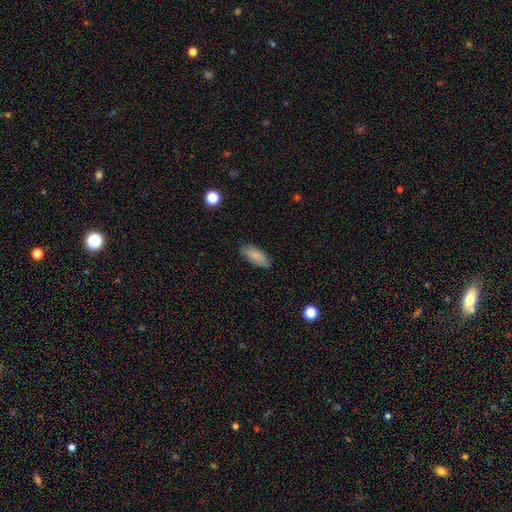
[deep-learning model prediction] Overall: smooth (86%). How rounded: in between (82%). Merging: none (86%).